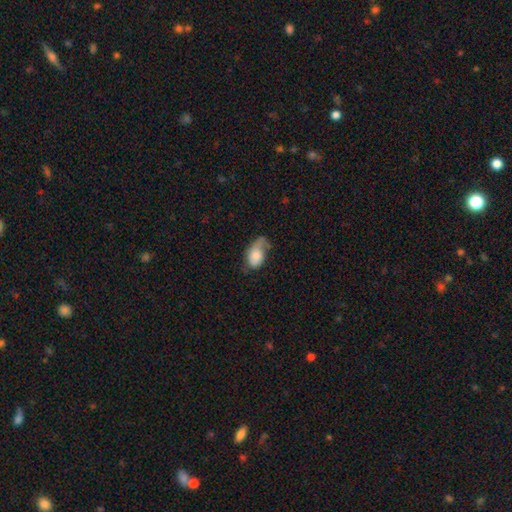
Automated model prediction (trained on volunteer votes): Smooth or featured? Predicted: smooth (p=0.68). How rounded? Predicted: in between (p=0.90). Merging? Predicted: minor disturbance (p=0.34).